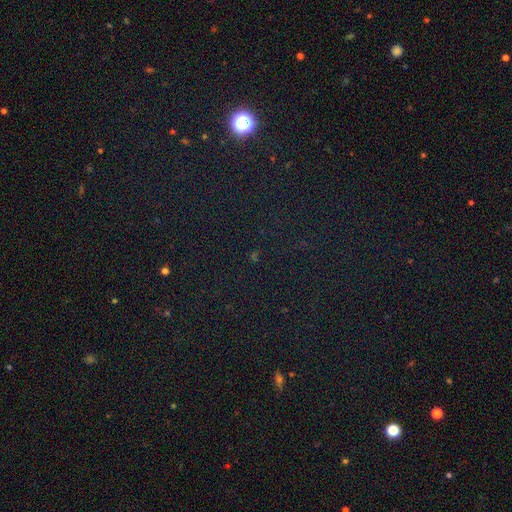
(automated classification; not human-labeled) Smooth or featured?
  - star or artifact: 78% *
  - smooth: 14%
  - featured or disk: 8%